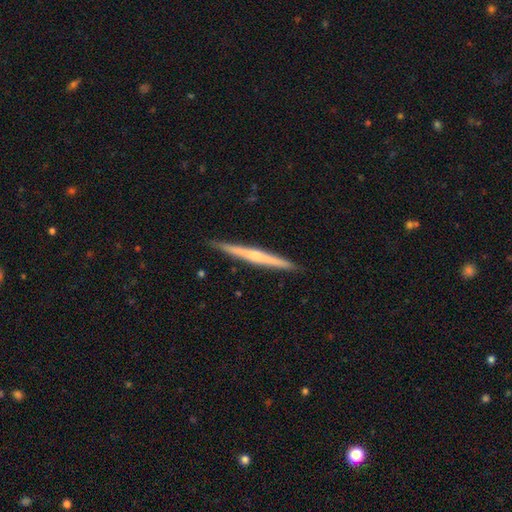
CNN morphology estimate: Overall: featured or disk (59%; smooth 35%). Edge-on disk: yes (98%). Edge-on bulge: none (49%; rounded 43%). Merging: none (91%).